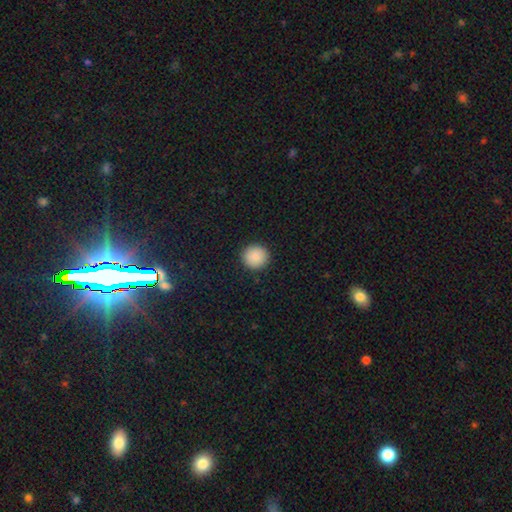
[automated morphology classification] Q: Smooth or featured?
A: smooth (89%); runner-up: star or artifact (8%)
Q: How rounded?
A: round (95%); runner-up: in between (4%)
Q: Merging?
A: none (93%); runner-up: minor disturbance (5%)